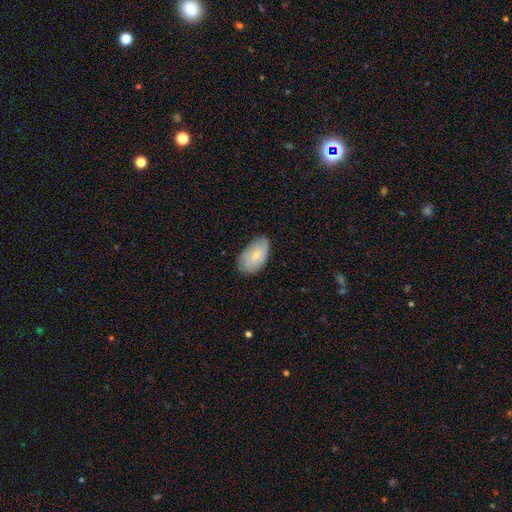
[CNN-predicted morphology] Smooth or featured? smooth (61%)
How rounded? in between (94%)
Merging? none (71%)